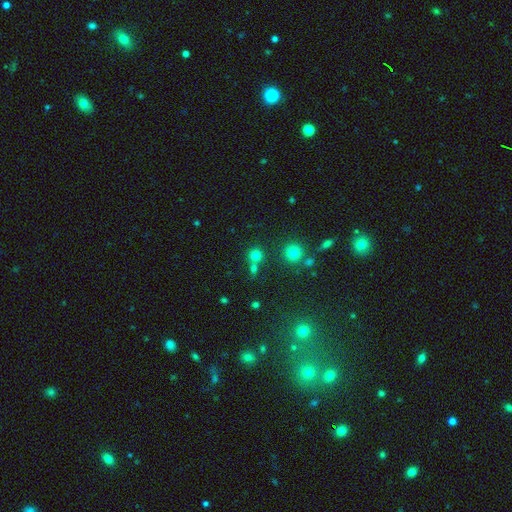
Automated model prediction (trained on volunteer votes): Morphology: type=smooth (73%); roundness=round (90%); merging=none (68%).